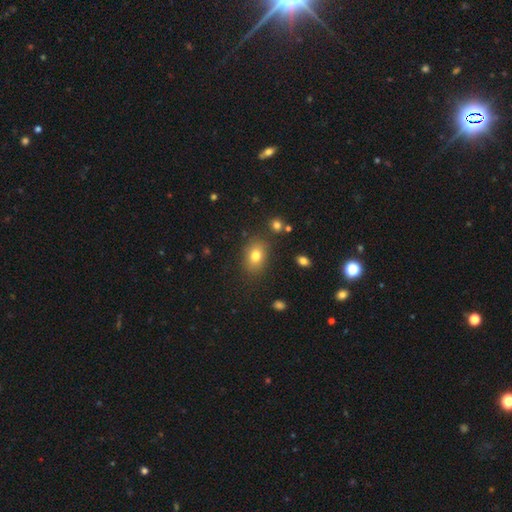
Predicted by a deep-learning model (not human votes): smooth_or_featured: smooth (p=0.78) [alt: star or artifact p=0.11]
how_rounded: in between (p=0.73) [alt: round p=0.26]
merging: none (p=0.81) [alt: minor disturbance p=0.12]